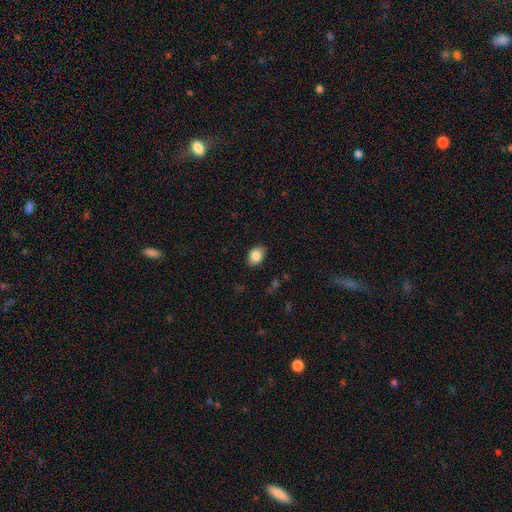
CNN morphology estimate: The model was most divided on "how rounded": in between: 77%, round: 22%, cigar-shaped: 1%. More confident: merging — none (86%); smooth or featured — smooth (86%).